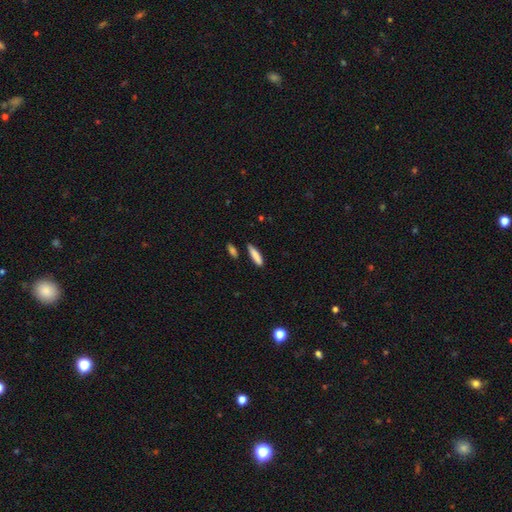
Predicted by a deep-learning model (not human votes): smooth-or-featured: smooth: 84% | featured or disk: 9% | star or artifact: 6%
  how-rounded: cigar-shaped: 80% | in between: 19% | round: 2%
  merging: none: 82% | minor disturbance: 12% | merger: 4% | major disturbance: 2%